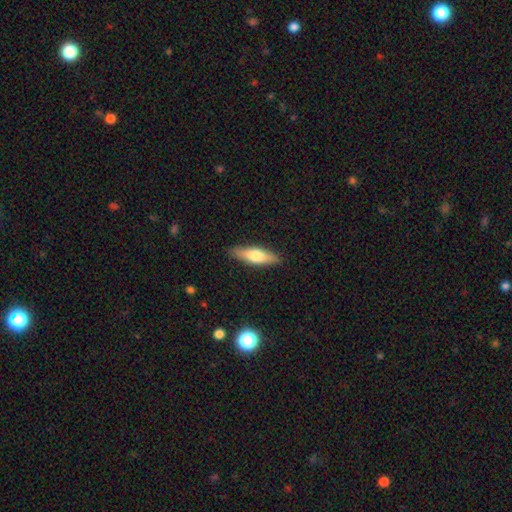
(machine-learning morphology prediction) Smooth or featured?
  - smooth: 63% *
  - featured or disk: 32%
  - star or artifact: 6%
How rounded?
  - cigar-shaped: 57% *
  - in between: 41%
  - round: 2%
Merging?
  - none: 88% *
  - minor disturbance: 9%
  - major disturbance: 2%
  - merger: 1%